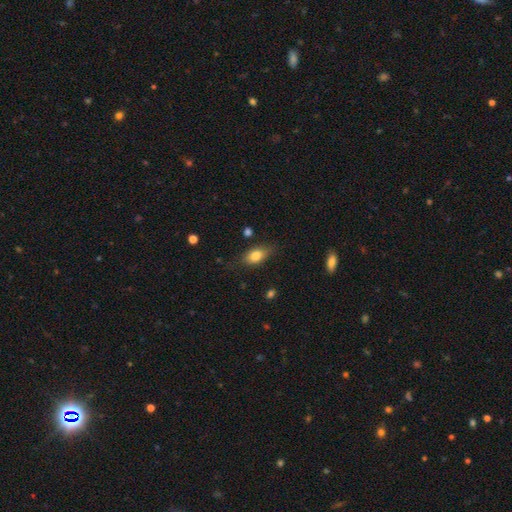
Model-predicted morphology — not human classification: type=smooth (78%); roundness=in between (82%); merging=none (72%).